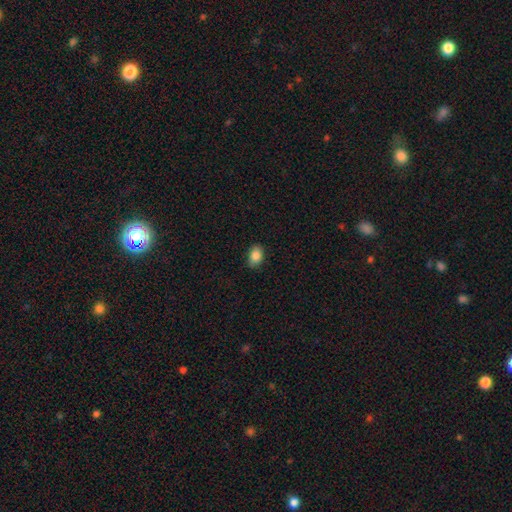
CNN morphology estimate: type=smooth (86%); roundness=in between (82%); merging=none (84%).